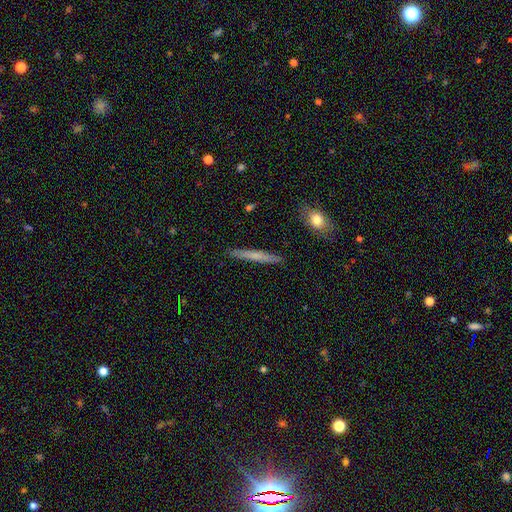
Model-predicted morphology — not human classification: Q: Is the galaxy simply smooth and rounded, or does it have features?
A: smooth — 57%.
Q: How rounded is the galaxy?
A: cigar-shaped — 96%.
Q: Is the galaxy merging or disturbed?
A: none — 91%.